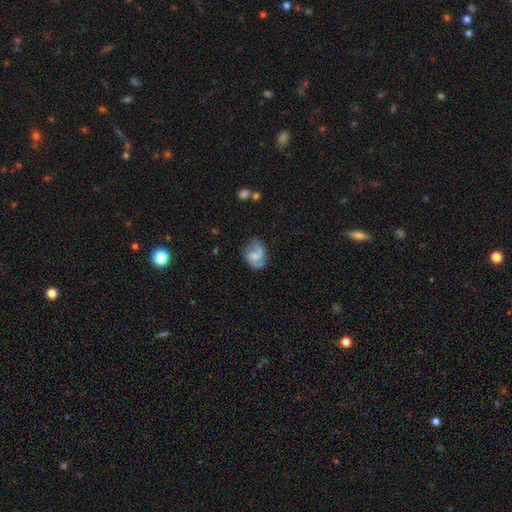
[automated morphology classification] type=featured or disk (66%); edge-on=no (98%); bar=no (52%); spiral arms=yes (91%); winding=medium (47%); arm count=2 (78%); bulge=small (45%); merging=none (60%).